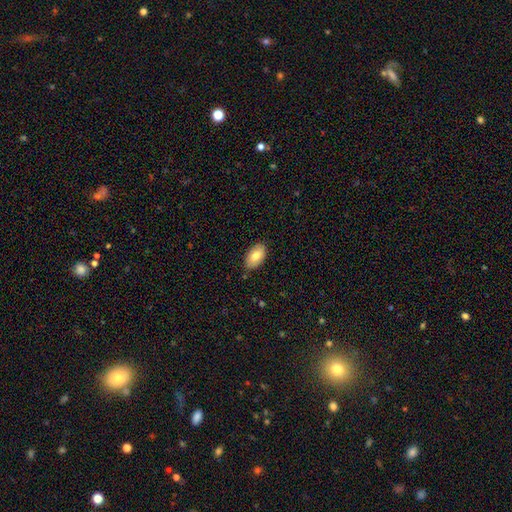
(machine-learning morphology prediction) This is likely a smooth galaxy (79%). How rounded: clearly in between (94%). Merging: clearly none (86%).